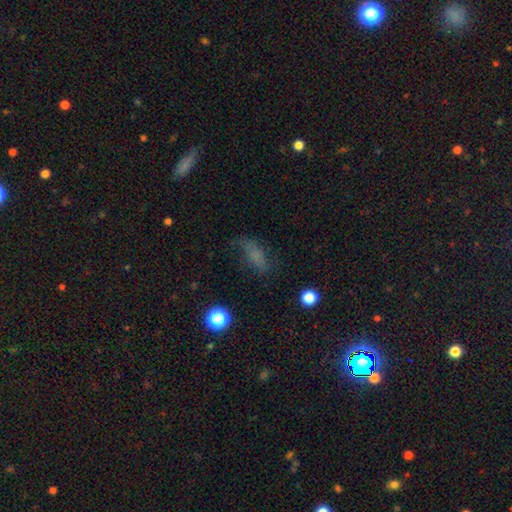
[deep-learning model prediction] Overall: smooth (63%). How rounded: in between (68%). Merging: none (56%; minor disturbance 26%).